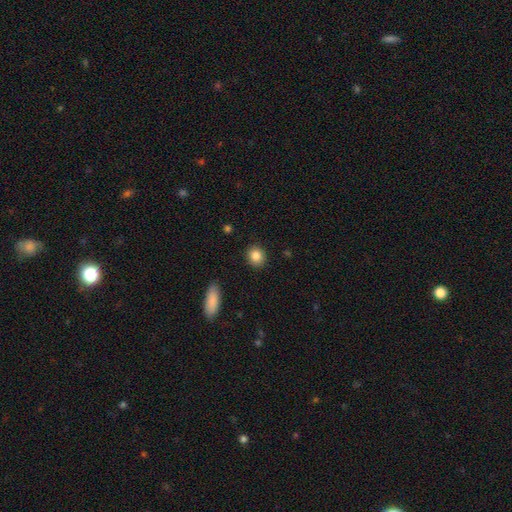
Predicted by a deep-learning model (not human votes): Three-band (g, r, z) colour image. It shows a smooth galaxy with no disk features (85%) that is round (74%). Merging: none (90%).